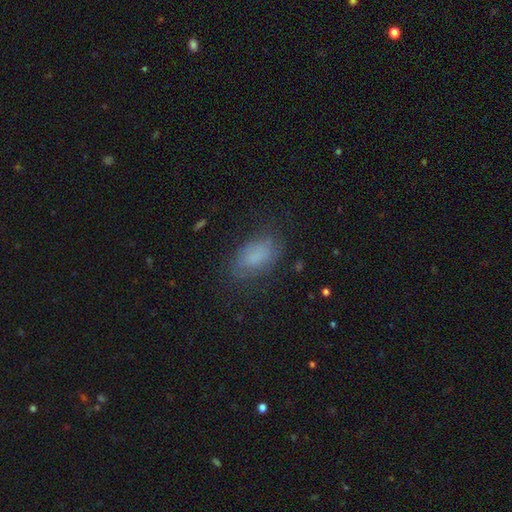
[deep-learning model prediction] This appears to be a smooth galaxy with no disk features (70%) that is in between round and cigar-shaped (89%). Merging: none (71%).